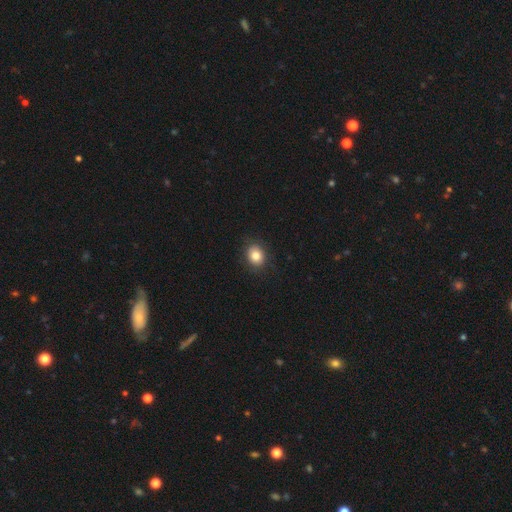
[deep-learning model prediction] A smooth galaxy with no disk features (83%) that is round (58%). Merging: none (86%).